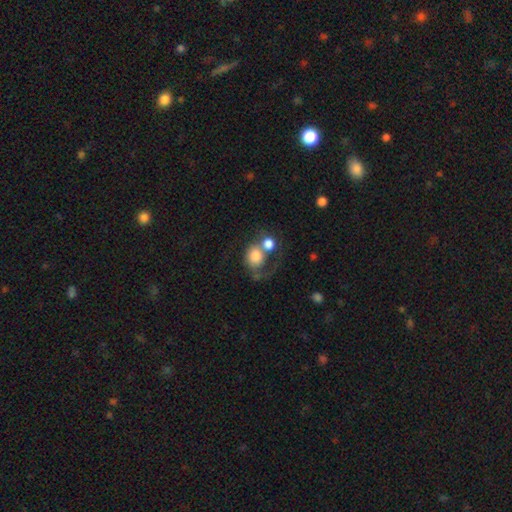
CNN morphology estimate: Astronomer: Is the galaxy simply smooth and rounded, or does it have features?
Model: smooth — 69%.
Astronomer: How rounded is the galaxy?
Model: round — 71%.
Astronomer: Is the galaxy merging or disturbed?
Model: merger — 54%.